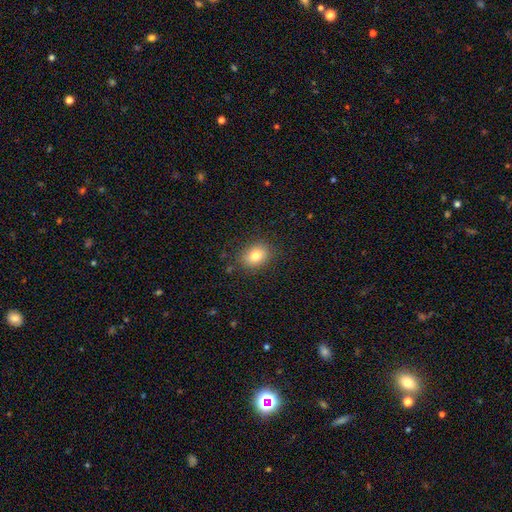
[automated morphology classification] A smooth galaxy with no disk features (79%) that is in between round and cigar-shaped (53%).

Vote fractions:
- Smooth or featured? smooth: 79% / star or artifact: 11% / featured or disk: 10%
- How rounded? in between: 53% / round: 46% / cigar-shaped: 1%
- Merging? none: 85% / minor disturbance: 11% / major disturbance: 3% / merger: 1%